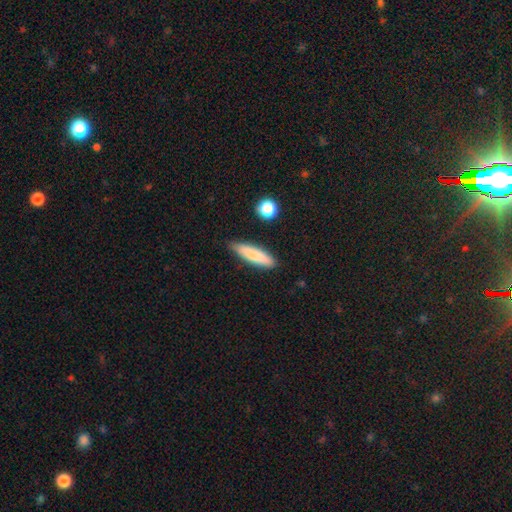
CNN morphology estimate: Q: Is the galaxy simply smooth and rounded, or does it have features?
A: smooth — 82%.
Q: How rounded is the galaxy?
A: cigar-shaped — 74%.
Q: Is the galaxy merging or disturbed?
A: none — 80%.